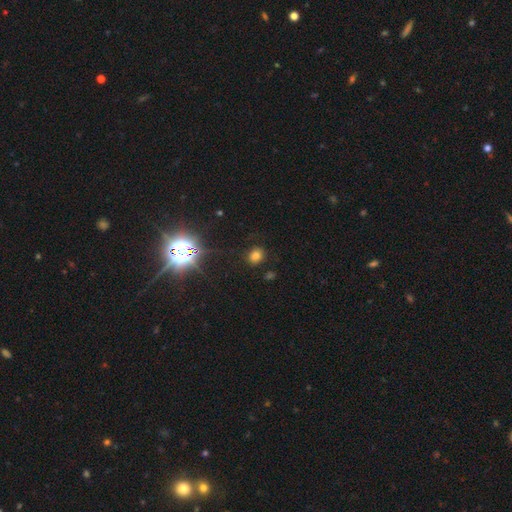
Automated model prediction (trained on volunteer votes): Smooth or featured? smooth (68%)
How rounded? round (67%)
Merging? none (85%)